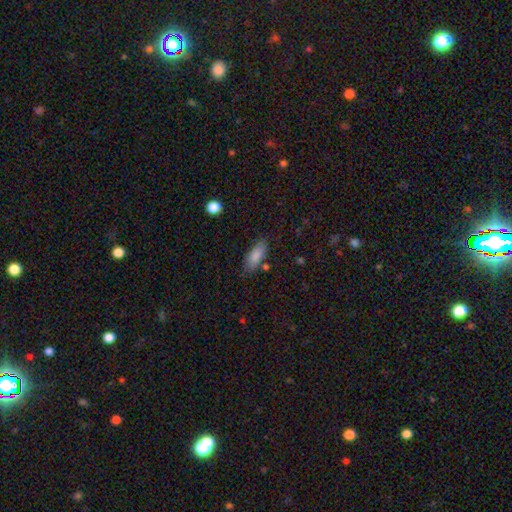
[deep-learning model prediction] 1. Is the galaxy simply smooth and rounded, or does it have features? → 84% smooth, 9% featured or disk, 7% star or artifact.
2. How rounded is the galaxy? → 79% in between, 19% cigar-shaped, 2% round.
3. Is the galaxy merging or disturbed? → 76% none, 15% minor disturbance, 4% merger, 4% major disturbance.